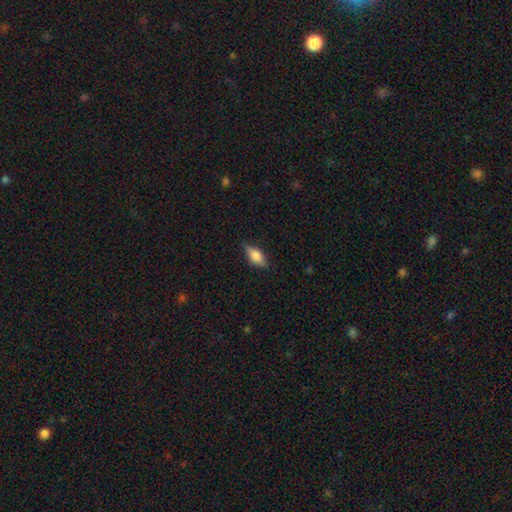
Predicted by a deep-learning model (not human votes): Smooth or featured?
  - smooth: 66% *
  - featured or disk: 26%
  - star or artifact: 8%
How rounded?
  - in between: 79% *
  - cigar-shaped: 16%
  - round: 5%
Merging?
  - none: 81% *
  - minor disturbance: 15%
  - major disturbance: 3%
  - merger: 1%